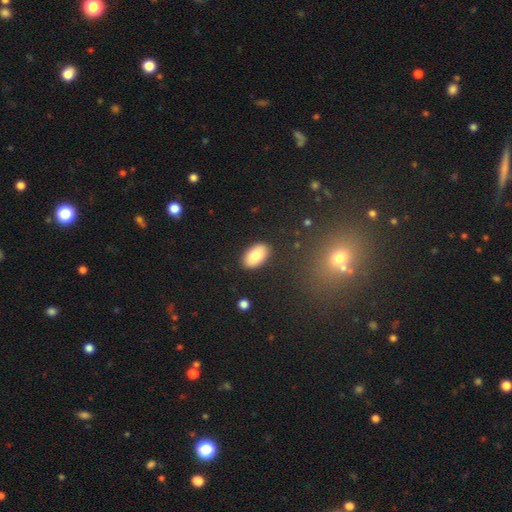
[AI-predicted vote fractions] smooth_or_featured: smooth (p=0.84) [alt: featured or disk p=0.09]
how_rounded: in between (p=0.94) [alt: round p=0.05]
merging: none (p=0.88) [alt: minor disturbance p=0.09]